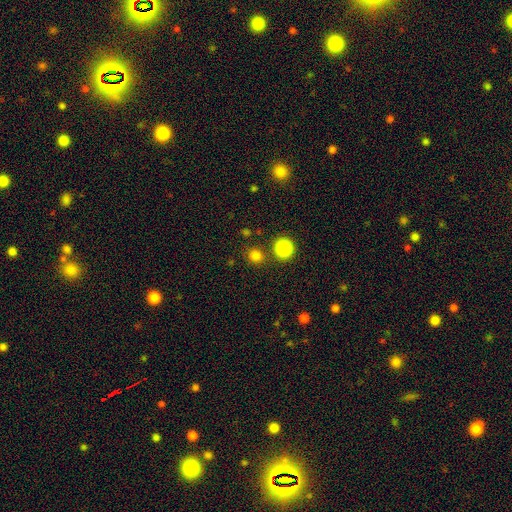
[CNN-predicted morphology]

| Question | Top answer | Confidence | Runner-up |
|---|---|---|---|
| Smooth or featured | smooth | 78% | star or artifact (18%) |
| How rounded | round | 89% | in between (10%) |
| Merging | none | 81% | merger (9%) |